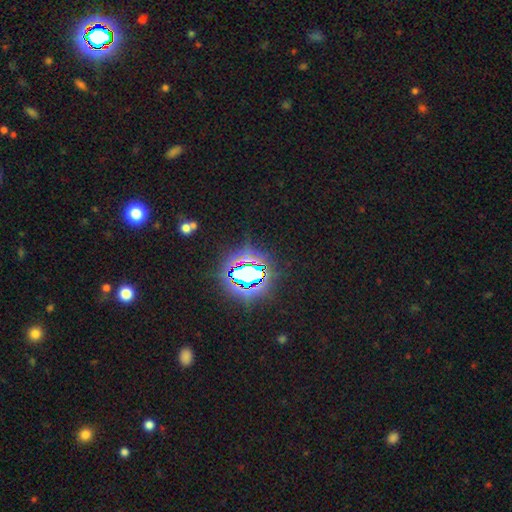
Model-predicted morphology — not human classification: A star or artifact, not a galaxy (83%).